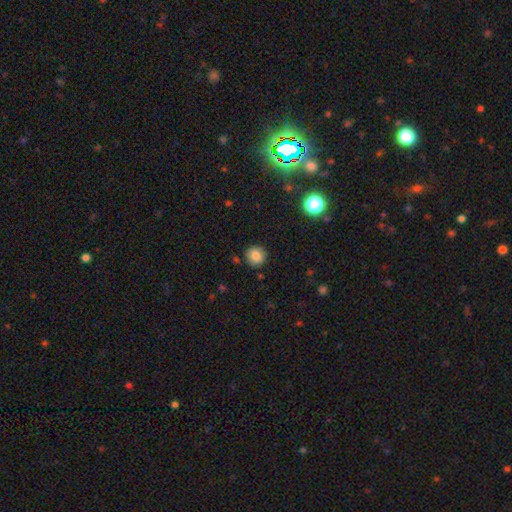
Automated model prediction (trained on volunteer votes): A smooth galaxy with no disk features (84%) that is round (93%).

Vote fractions:
- Smooth or featured? smooth: 84% / star or artifact: 10% / featured or disk: 6%
- How rounded? round: 93% / in between: 6% / cigar-shaped: 1%
- Merging? none: 88% / minor disturbance: 8% / major disturbance: 2% / merger: 2%